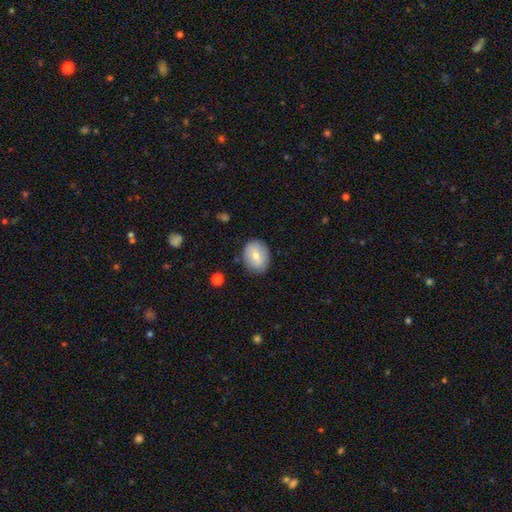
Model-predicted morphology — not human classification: Smooth or featured: smooth — 67% (featured or disk — 25%)
How rounded: in between — 56% (round — 43%)
Merging: none — 84% (minor disturbance — 12%)